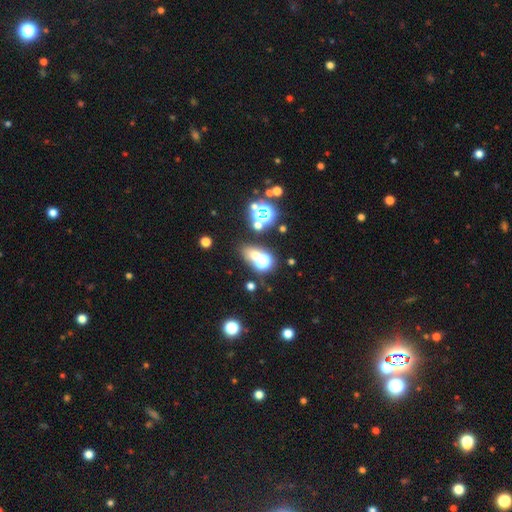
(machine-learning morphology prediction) Q: Smooth or featured?
A: smooth (48%); runner-up: star or artifact (39%)
Q: Merging?
A: none (57%); runner-up: merger (28%)